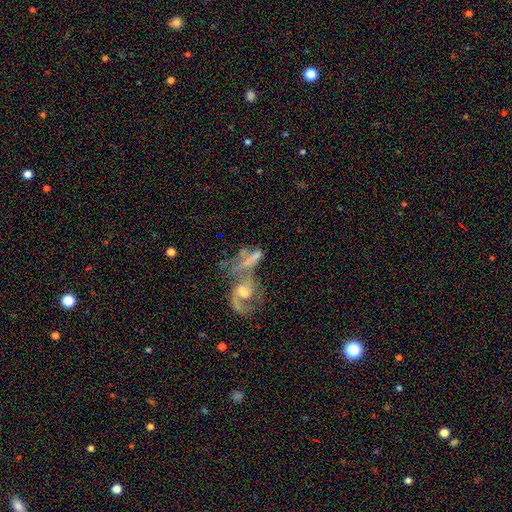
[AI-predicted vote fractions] A featured or disk galaxy (58%) with no bar (56%), spiral arms (65%) and a moderate central bulge (41%).

Vote fractions:
- Smooth or featured? featured or disk: 58% / smooth: 31% / star or artifact: 11%
- Edge-on disk? no: 91% / yes: 9%
- Bar? no: 56% / weak: 29% / strong: 15%
- Spiral arms? yes: 65% / no: 35%
- Bulge size? moderate: 41% / small: 26% / none: 22% / large: 8% / dominant: 3%
- Merging? merger: 58% / none: 17% / major disturbance: 16% / minor disturbance: 9%